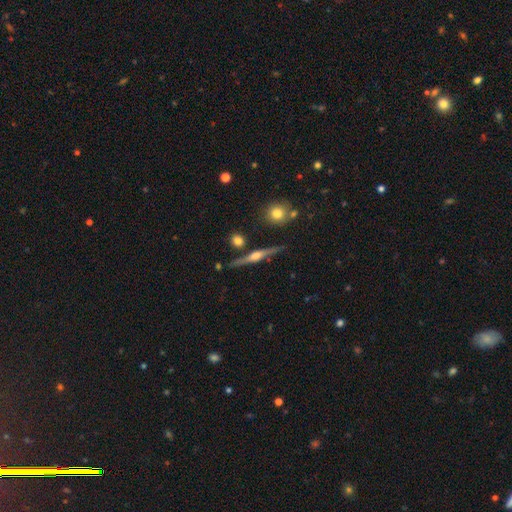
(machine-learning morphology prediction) This appears to be a featured or disk galaxy (79%) viewed edge-on (97%) with a rounded central bulge (88%). Merging: none (84%).